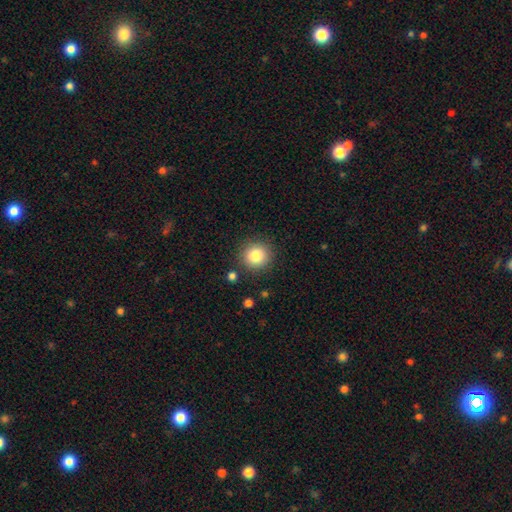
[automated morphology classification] Smooth or featured? Predicted: smooth (p=0.83). How rounded? Predicted: round (p=0.93). Merging? Predicted: none (p=0.87).